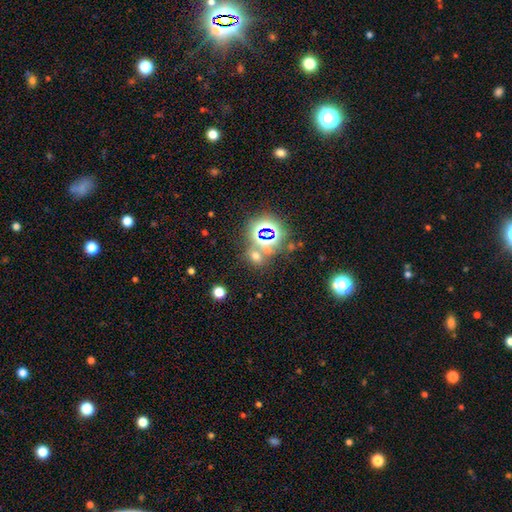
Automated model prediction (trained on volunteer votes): This is possibly a smooth galaxy (47%). Merging: likely none (70%).